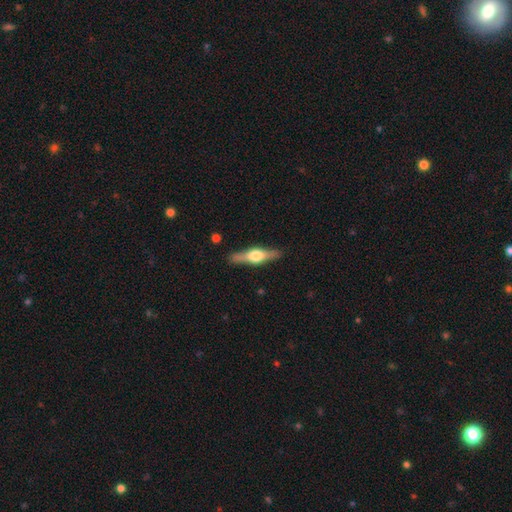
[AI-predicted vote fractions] Q: Smooth or featured?
A: featured or disk (70%); runner-up: smooth (24%)
Q: Edge-on disk?
A: yes (97%); runner-up: no (3%)
Q: Edge-on bulge?
A: rounded (92%); runner-up: boxy (6%)
Q: Merging?
A: none (88%); runner-up: minor disturbance (8%)